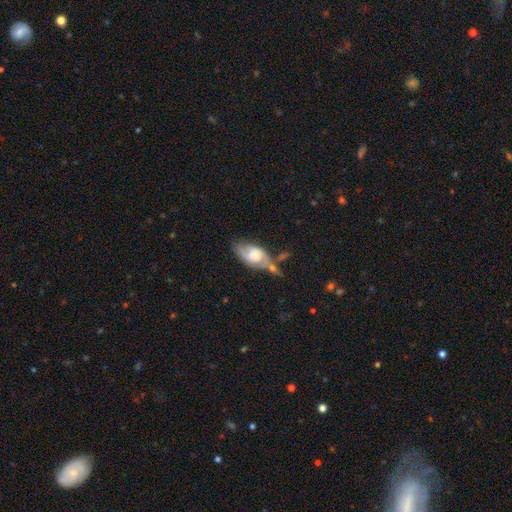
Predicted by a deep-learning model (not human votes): This is likely a featured or disk galaxy (66%). It is clearly not viewed edge-on (93%). Bar: likely no (64%). Spiral arm pattern: clearly yes (87%). Spiral arm count: likely 2 (78%). Spiral winding: marginally medium (45%). Central bulge: marginally small (43%). Merging: marginally none (37%).